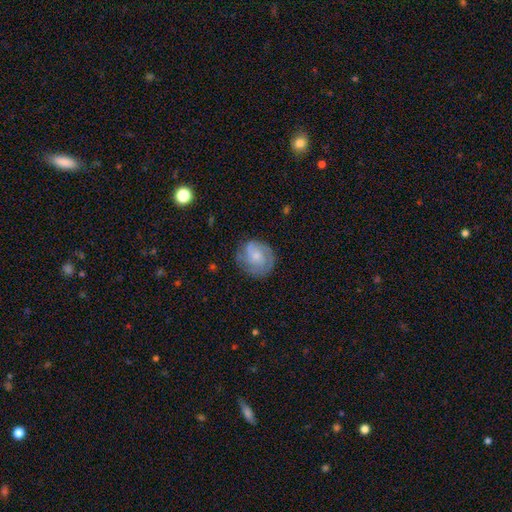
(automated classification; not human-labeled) This is likely a featured or disk galaxy (63%). It is clearly not viewed edge-on (98%). Bar: likely no (69%). Spiral arm pattern: clearly yes (88%). Spiral arm count: marginally 2 (32%). Spiral winding: possibly tight (48%). Central bulge: possibly small (52%). Merging: likely none (71%).